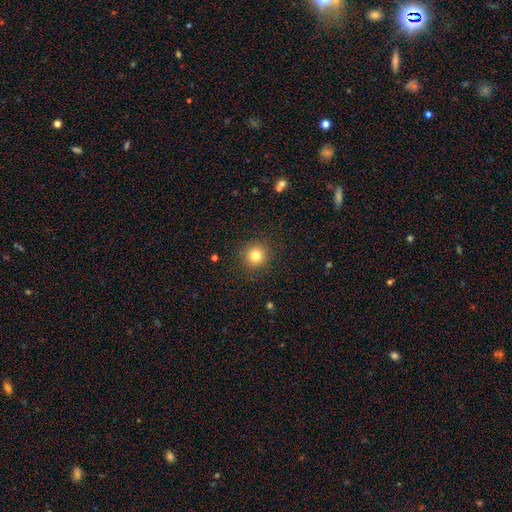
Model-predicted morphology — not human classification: Smooth or featured? Predicted: smooth (p=0.80). How rounded? Predicted: round (p=0.94). Merging? Predicted: none (p=0.90).